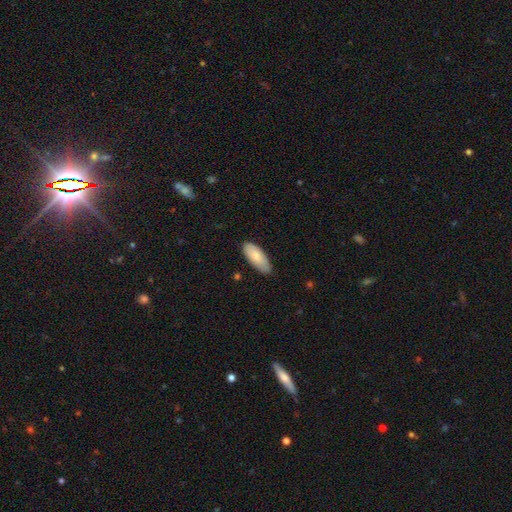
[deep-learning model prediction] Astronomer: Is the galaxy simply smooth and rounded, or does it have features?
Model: smooth — 79%.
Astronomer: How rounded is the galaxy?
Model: in between — 84%.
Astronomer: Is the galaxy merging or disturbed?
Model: none — 81%.